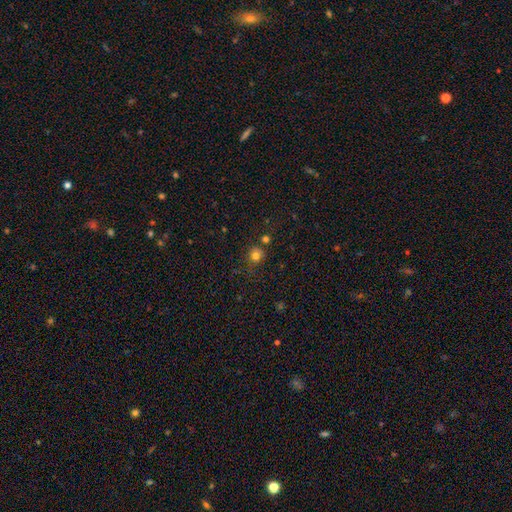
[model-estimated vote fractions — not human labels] The model was most divided on "merging": none: 71%, minor disturbance: 16%, merger: 8%, major disturbance: 5%. More confident: how rounded — round (85%); smooth or featured — smooth (78%).